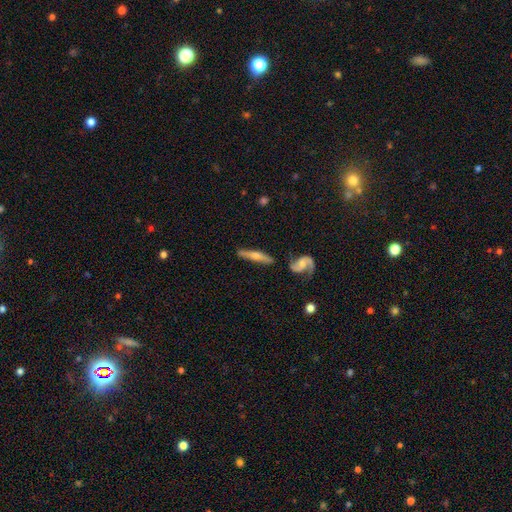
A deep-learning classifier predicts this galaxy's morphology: Smooth or featured? Predicted: featured or disk (p=0.68). Edge-on disk? Predicted: yes (p=0.79). Edge-on bulge? Predicted: rounded (p=0.85). Merging? Predicted: none (p=0.76).